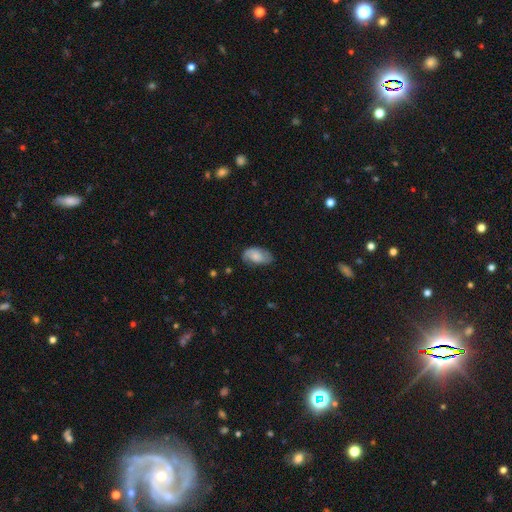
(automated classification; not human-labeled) A smooth galaxy with no disk features (50%) that is in between round and cigar-shaped (92%). Merging: none (64%).